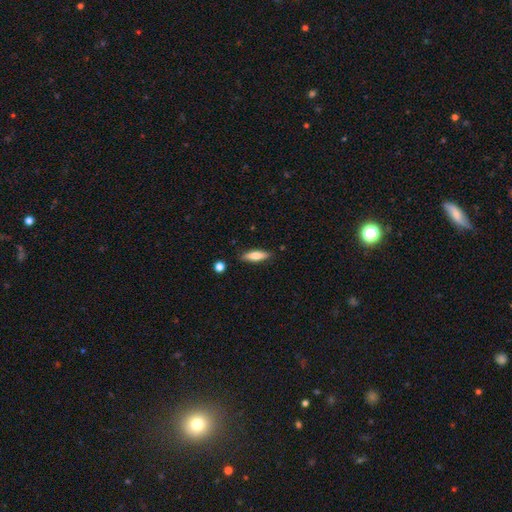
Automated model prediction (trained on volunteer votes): smooth-or-featured: smooth: 70% | featured or disk: 24% | star or artifact: 6%
  how-rounded: cigar-shaped: 57% | in between: 41% | round: 2%
  merging: none: 86% | minor disturbance: 10% | major disturbance: 2% | merger: 2%